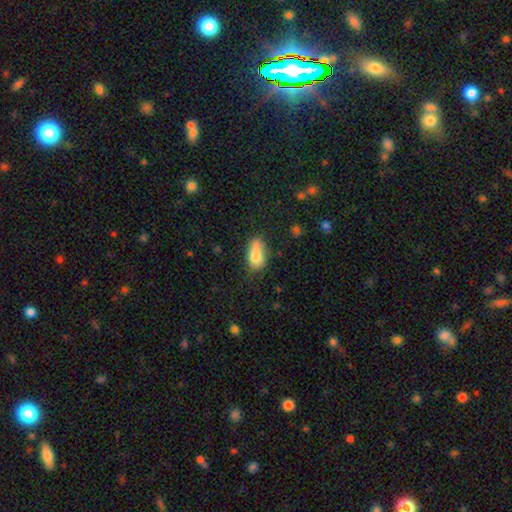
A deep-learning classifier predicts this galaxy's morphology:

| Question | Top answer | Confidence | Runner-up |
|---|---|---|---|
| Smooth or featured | smooth | 81% | featured or disk (11%) |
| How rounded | in between | 89% | round (7%) |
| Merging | none | 50% | minor disturbance (33%) |